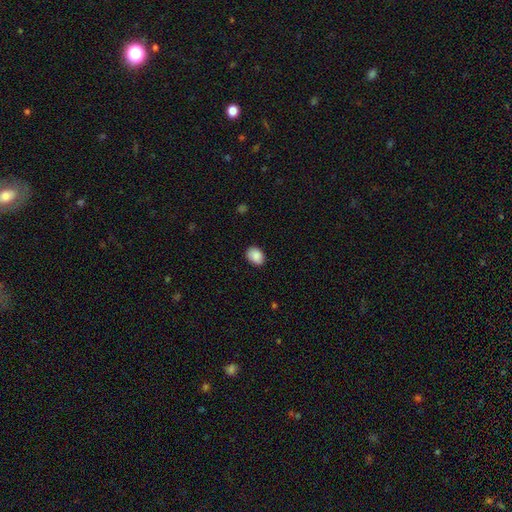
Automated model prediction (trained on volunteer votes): The model was most divided on "how rounded": in between: 67%, round: 32%, cigar-shaped: 1%. More confident: smooth or featured — smooth (89%); merging — none (86%).